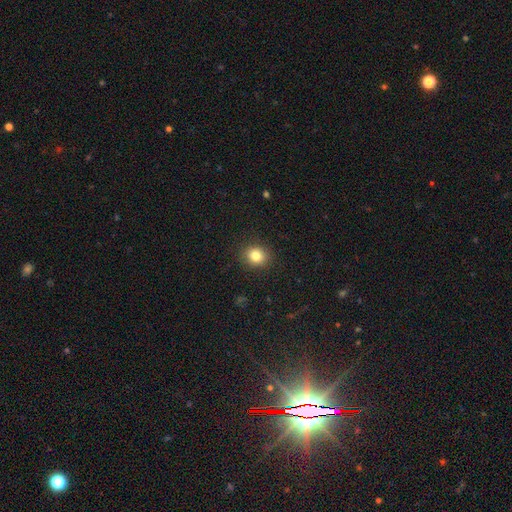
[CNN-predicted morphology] type=smooth (82%); roundness=round (77%); merging=none (90%).